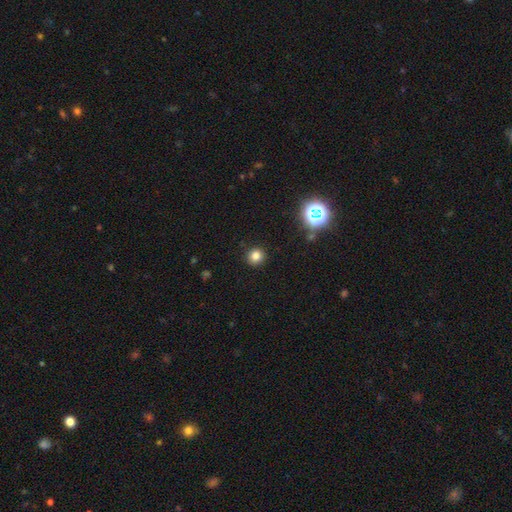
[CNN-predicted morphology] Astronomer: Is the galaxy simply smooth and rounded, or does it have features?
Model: smooth — 80%.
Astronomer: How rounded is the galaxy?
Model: round — 93%.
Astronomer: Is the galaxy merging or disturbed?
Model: none — 92%.